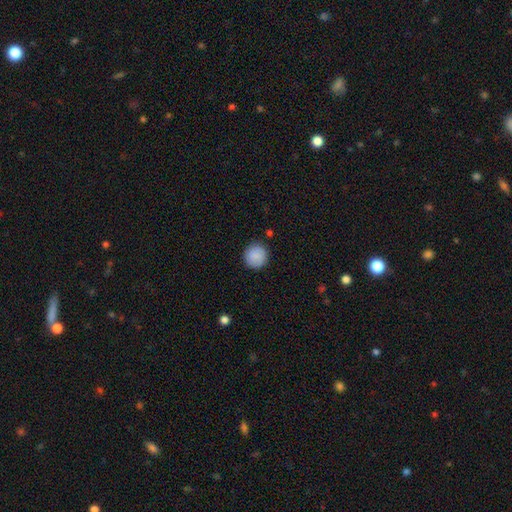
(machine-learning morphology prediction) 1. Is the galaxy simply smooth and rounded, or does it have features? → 89% smooth, 7% star or artifact, 5% featured or disk.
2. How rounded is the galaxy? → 94% round, 5% in between, 1% cigar-shaped.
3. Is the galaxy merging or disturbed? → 89% none, 8% minor disturbance, 2% major disturbance, 1% merger.